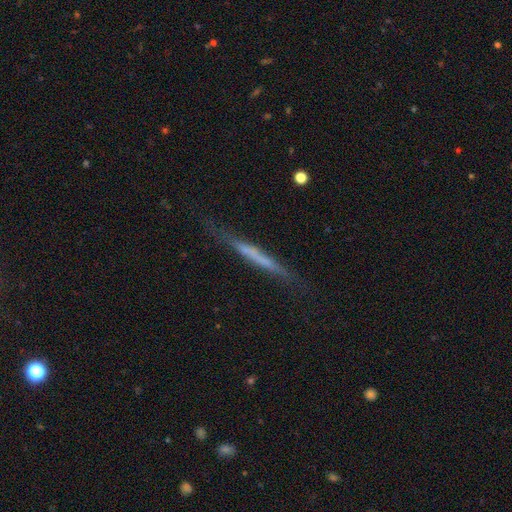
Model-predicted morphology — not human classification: A featured or disk galaxy (52%) viewed edge-on (94%).

Vote fractions:
- Smooth or featured? featured or disk: 52% / smooth: 42% / star or artifact: 7%
- Edge-on disk? yes: 94% / no: 6%
- Merging? none: 76% / minor disturbance: 17% / major disturbance: 4% / merger: 2%